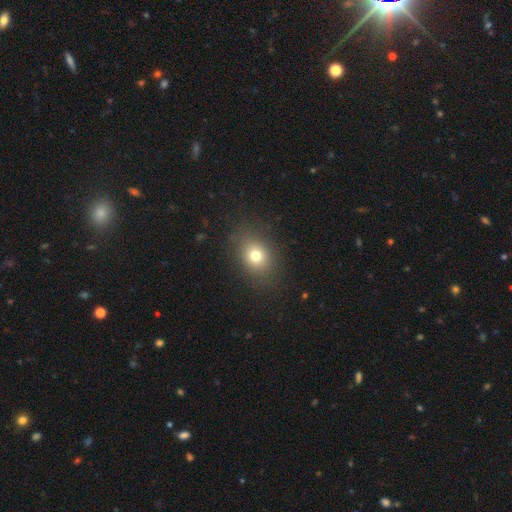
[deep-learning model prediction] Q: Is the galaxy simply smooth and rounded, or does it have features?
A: smooth — 74%.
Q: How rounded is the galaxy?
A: round — 52%.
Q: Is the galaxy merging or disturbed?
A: none — 85%.